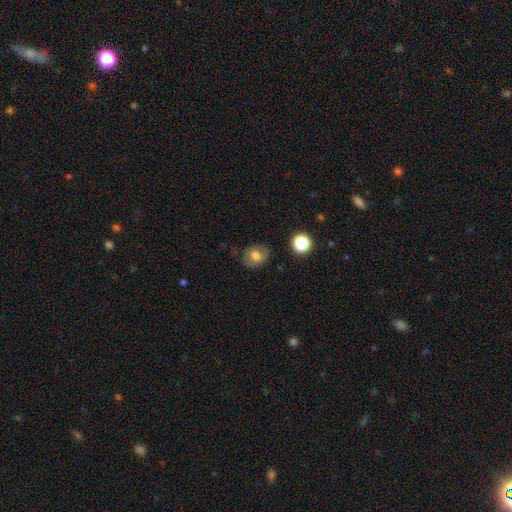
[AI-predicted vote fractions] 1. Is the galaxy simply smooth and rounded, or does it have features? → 67% smooth, 23% featured or disk, 11% star or artifact.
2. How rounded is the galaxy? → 58% round, 41% in between, 1% cigar-shaped.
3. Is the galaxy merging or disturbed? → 76% none, 17% minor disturbance, 5% major disturbance, 2% merger.